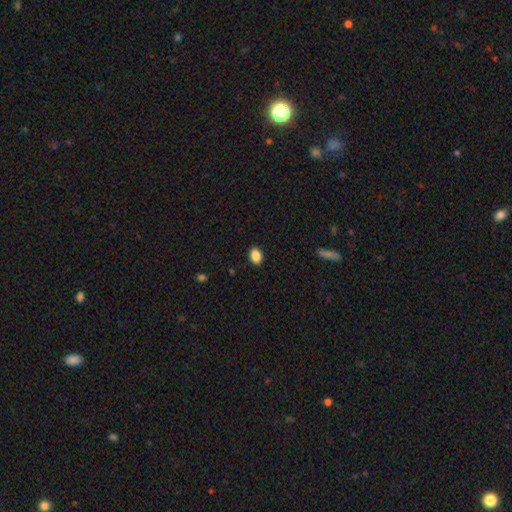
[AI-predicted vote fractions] This appears to be a smooth galaxy with no disk features (88%) that is in between round and cigar-shaped (78%). Merging: none (90%).